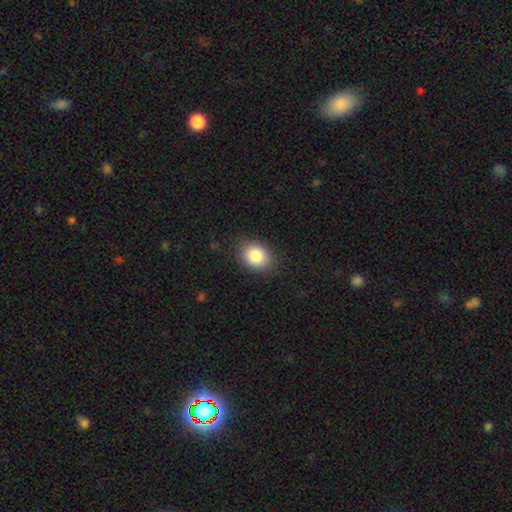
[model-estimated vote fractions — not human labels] This appears to be a smooth galaxy with no disk features (85%) that is in between round and cigar-shaped (53%). Merging: none (85%).